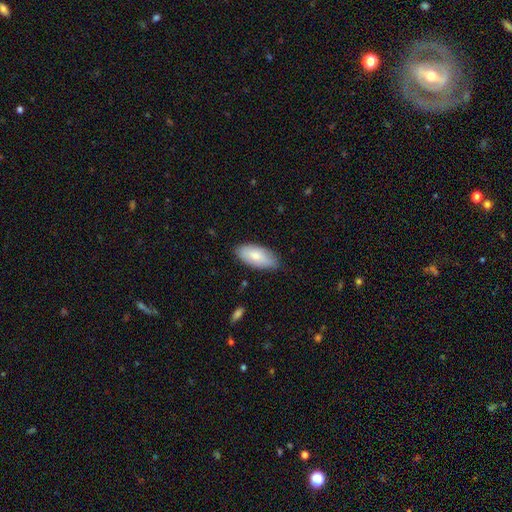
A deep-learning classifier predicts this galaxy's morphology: Q: Smooth or featured?
A: smooth (76%); runner-up: featured or disk (19%)
Q: How rounded?
A: in between (91%); runner-up: cigar-shaped (7%)
Q: Merging?
A: none (78%); runner-up: minor disturbance (17%)